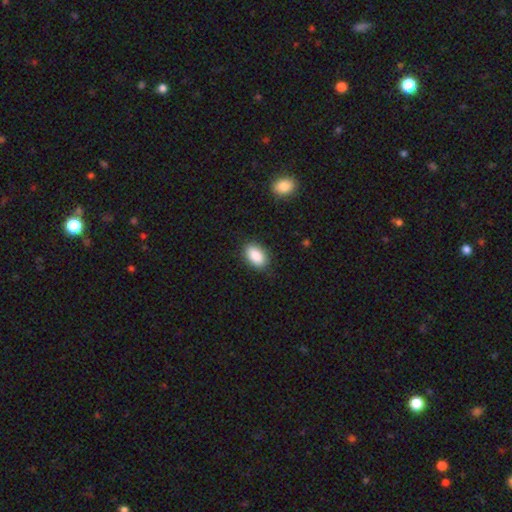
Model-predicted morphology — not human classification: Smooth or featured: smooth — 88% (star or artifact — 7%)
How rounded: in between — 91% (round — 7%)
Merging: none — 87% (minor disturbance — 10%)